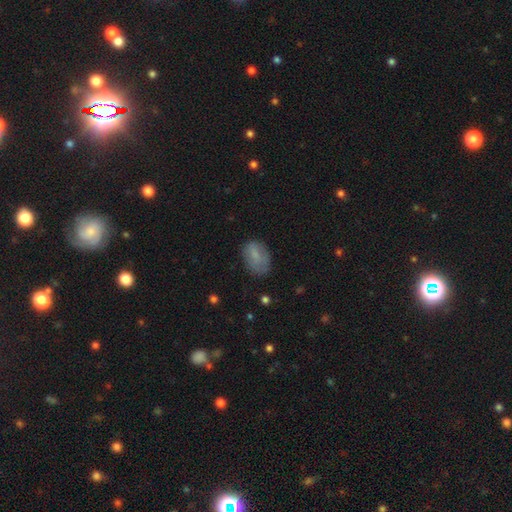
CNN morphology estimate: Smooth or featured: smooth — 75% (featured or disk — 16%)
How rounded: in between — 86% (round — 13%)
Merging: none — 64% (minor disturbance — 25%)